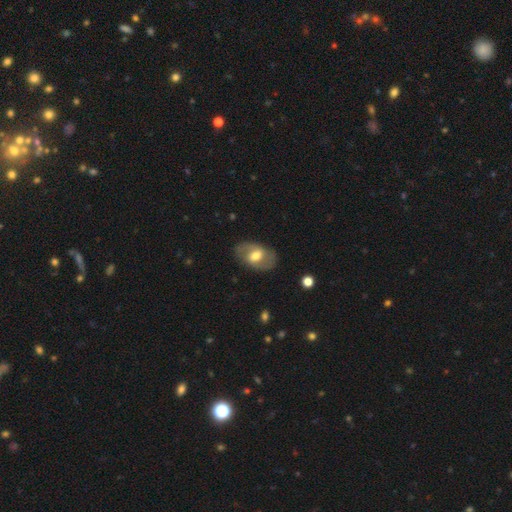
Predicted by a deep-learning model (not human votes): The model was most divided on "bar": weak: 47%, no: 32%, strong: 21%. More confident: edge-on disk — no (93%); merging — none (79%); spiral arms — yes (63%); bulge size — moderate (57%); smooth or featured — featured or disk (56%).